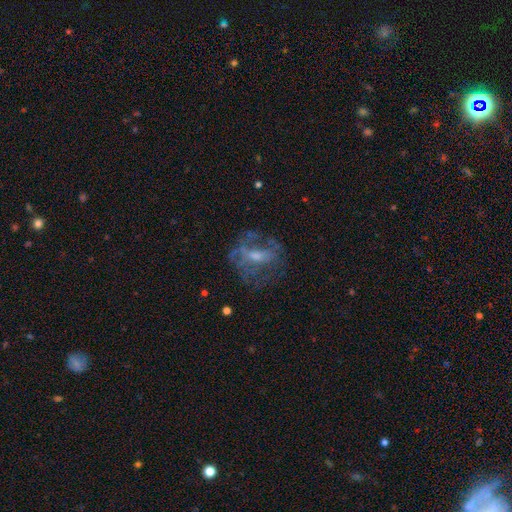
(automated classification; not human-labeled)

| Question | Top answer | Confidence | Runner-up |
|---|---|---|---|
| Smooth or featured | featured or disk | 63% | smooth (23%) |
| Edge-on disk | no | 94% | yes (6%) |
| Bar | no | 49% | weak (37%) |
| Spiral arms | no | 61% | yes (39%) |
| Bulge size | moderate | 43% | small (41%) |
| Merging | none | 54% | major disturbance (25%) |